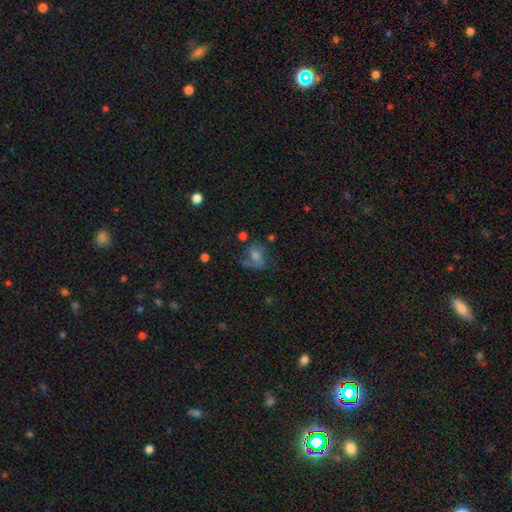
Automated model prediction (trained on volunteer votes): Smooth or featured: featured or disk — 50% (smooth — 32%)
Merging: none — 50% (major disturbance — 22%)